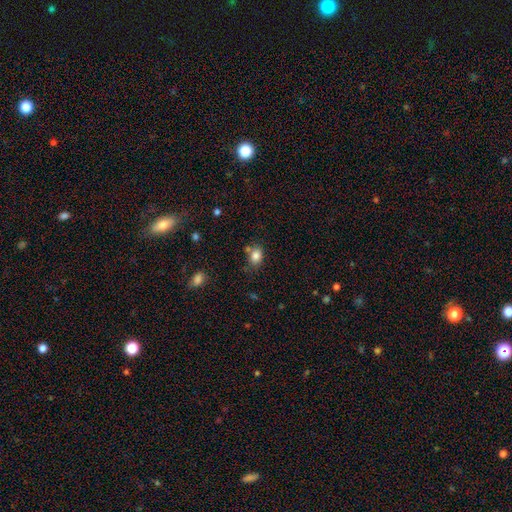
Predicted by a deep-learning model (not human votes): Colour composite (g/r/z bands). It shows a smooth galaxy with no disk features (83%) that is in between round and cigar-shaped (64%). Merging: none (67%).